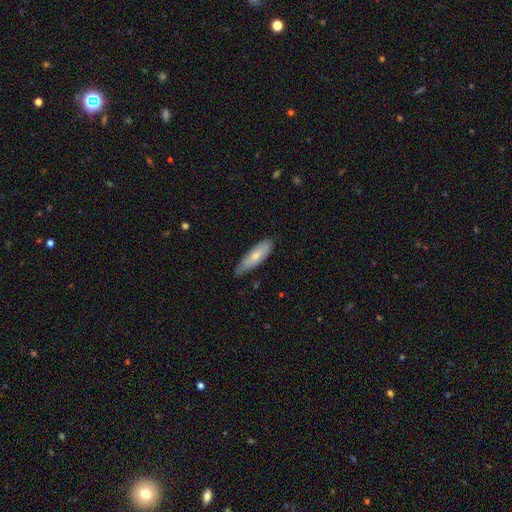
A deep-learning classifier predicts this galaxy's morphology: This appears to be a smooth galaxy with no disk features (71%) that is cigar-shaped (51%). Merging: none (67%).